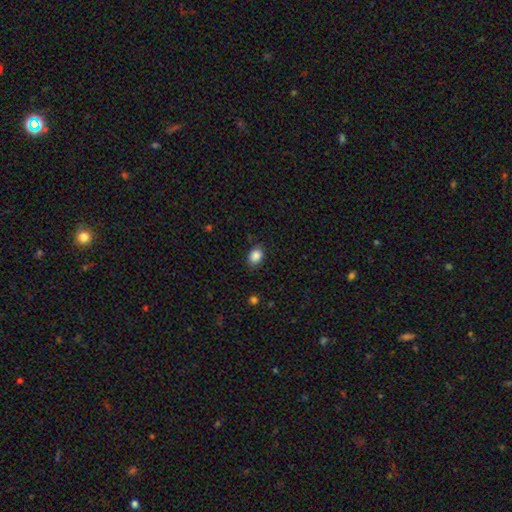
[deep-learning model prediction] This is clearly a smooth galaxy (87%). How rounded: likely in between (68%). Merging: clearly none (84%).